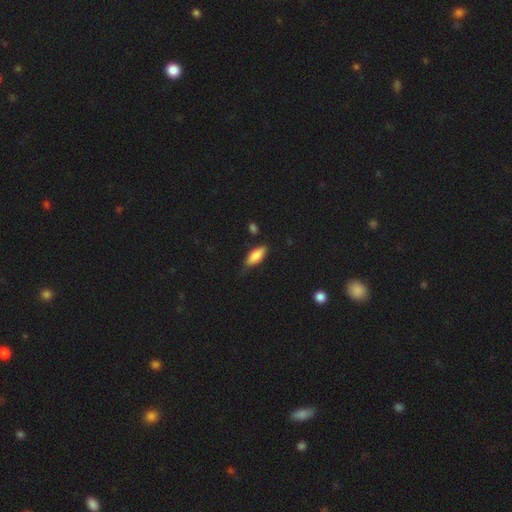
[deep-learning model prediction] A smooth galaxy with no disk features (80%) that is in between round and cigar-shaped (76%). Merging: none (66%).